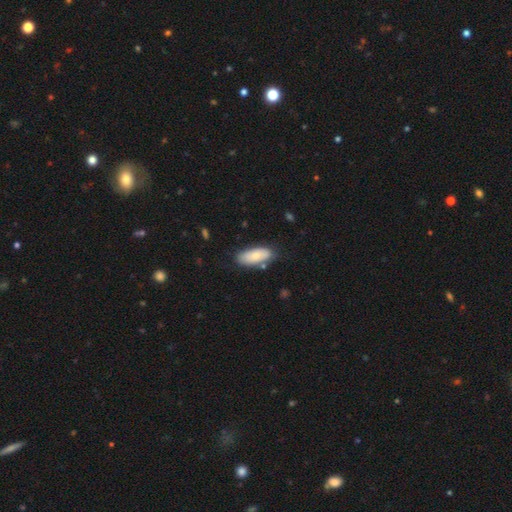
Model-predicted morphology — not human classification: smooth_or_featured: smooth (p=0.78) [alt: featured or disk p=0.16]
how_rounded: in between (p=0.86) [alt: cigar-shaped p=0.12]
merging: none (p=0.76) [alt: minor disturbance p=0.17]